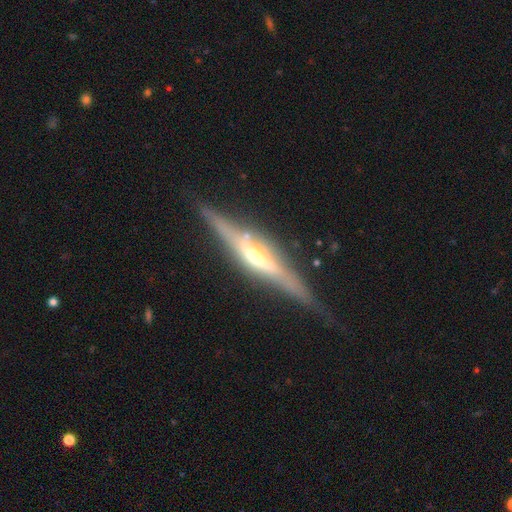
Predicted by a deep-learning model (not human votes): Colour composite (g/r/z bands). It shows a featured or disk galaxy (85%) viewed edge-on (96%) with a rounded central bulge (71%). Merging: none (80%).